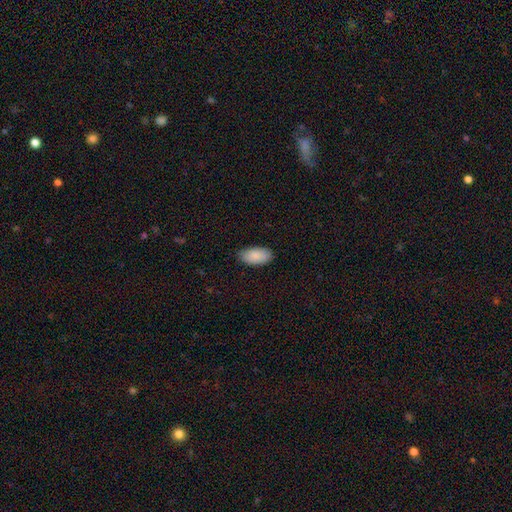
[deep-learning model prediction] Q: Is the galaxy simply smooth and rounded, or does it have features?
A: smooth — 88%.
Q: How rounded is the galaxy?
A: in between — 95%.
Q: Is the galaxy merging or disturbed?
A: none — 81%.